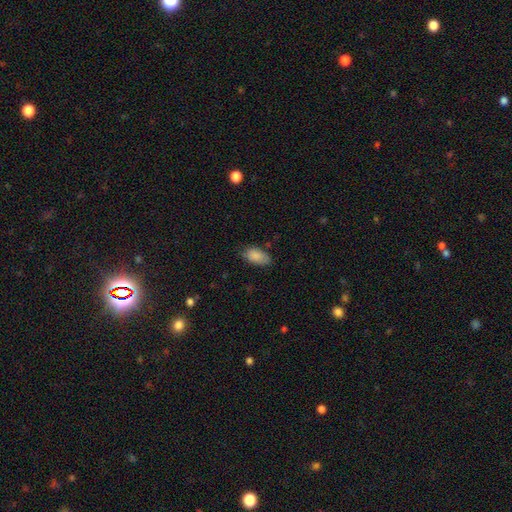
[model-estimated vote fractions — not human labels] This appears to be a smooth galaxy with no disk features (86%) that is in between round and cigar-shaped (93%). Merging: none (71%).